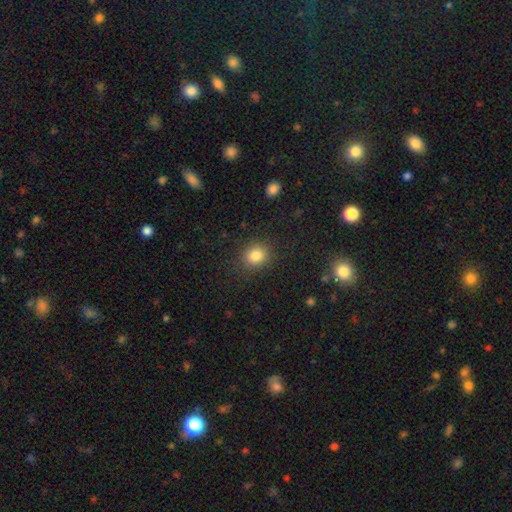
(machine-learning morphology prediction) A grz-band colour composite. It shows a smooth galaxy with no disk features (84%) that is round (72%). Merging: none (87%).